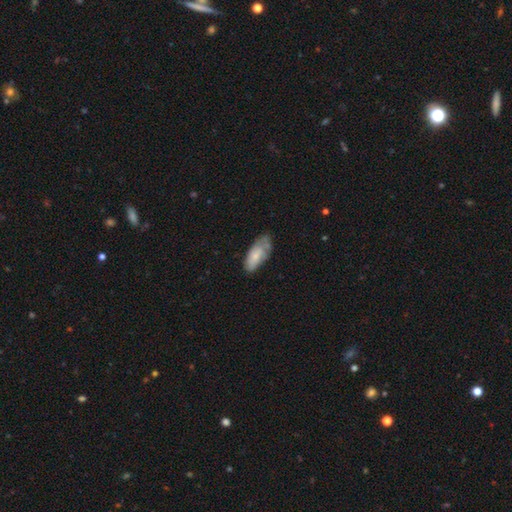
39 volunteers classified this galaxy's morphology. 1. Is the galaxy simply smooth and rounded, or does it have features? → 69% smooth, 21% featured or disk, 10% star or artifact.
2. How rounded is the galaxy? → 89% in between, 7% round, 4% cigar-shaped.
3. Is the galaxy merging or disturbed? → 40% none, 31% minor disturbance, 26% major disturbance, 3% merger.